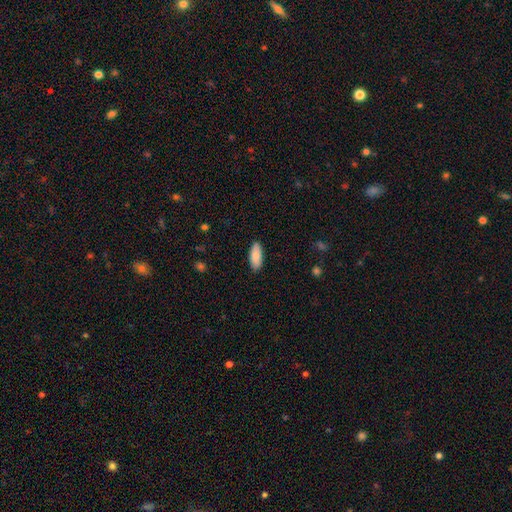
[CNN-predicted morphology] Smooth or featured? smooth (86%)
How rounded? in between (81%)
Merging? none (87%)